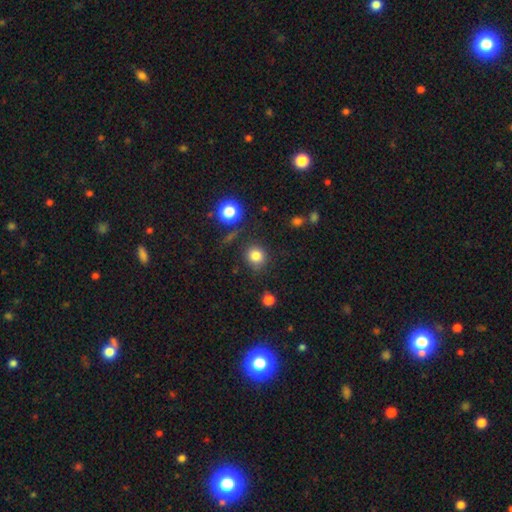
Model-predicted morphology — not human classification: The model was most divided on "smooth or featured": smooth: 82%, star or artifact: 12%, featured or disk: 6%. More confident: how rounded — round (86%); merging — none (84%).